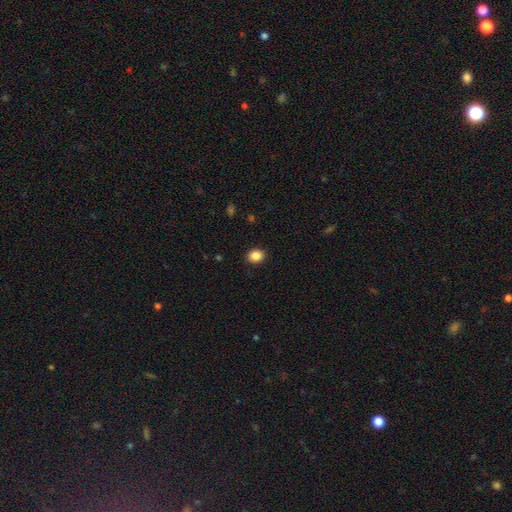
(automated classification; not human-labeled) This is clearly a smooth galaxy (87%). How rounded: possibly round (56%). Merging: clearly none (91%).